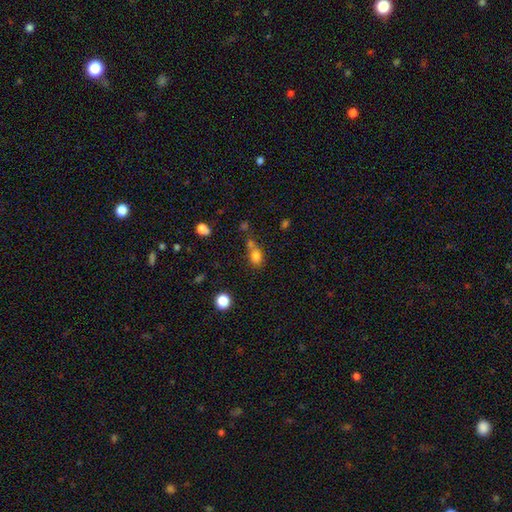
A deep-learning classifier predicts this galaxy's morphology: This appears to be a smooth galaxy with no disk features (78%) that is in between round and cigar-shaped (69%). Merging: none (47%).